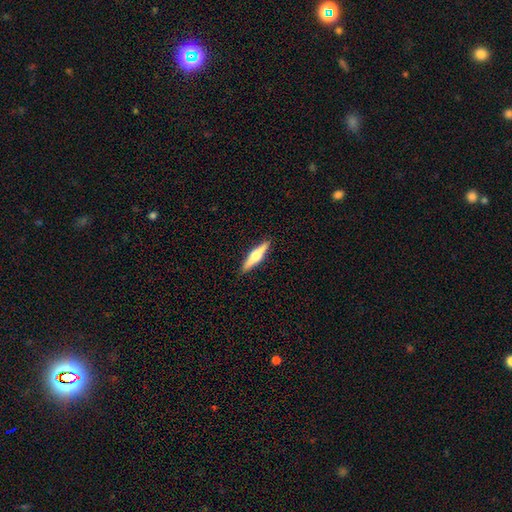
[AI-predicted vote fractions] This is possibly a featured or disk galaxy (51%). It is clearly viewed edge-on (96%). Merging: clearly none (91%).